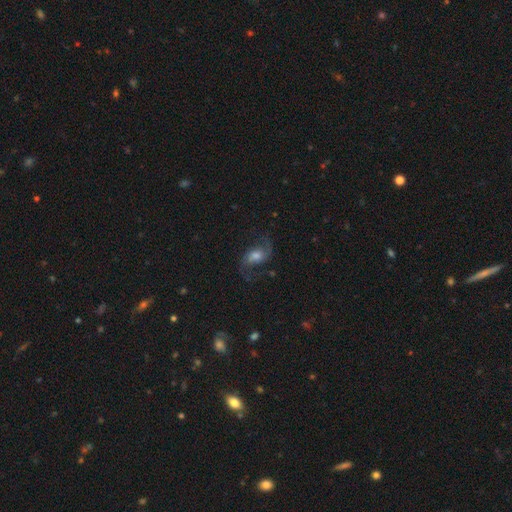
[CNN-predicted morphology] A featured or disk galaxy (79%) with no bar (51%), 2 (92%) loose (62%) spiral arms (95%) and a moderate central bulge (53%). Merging: none (72%).